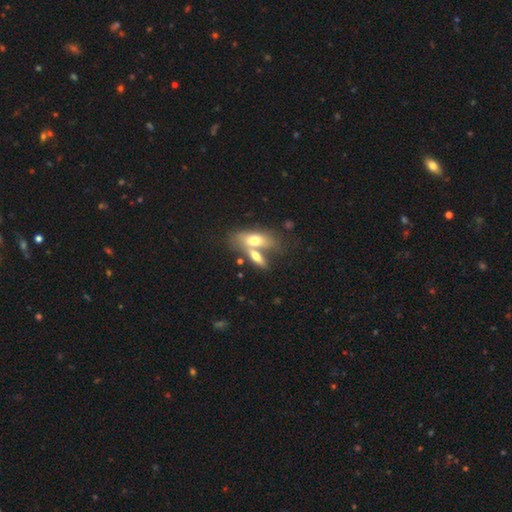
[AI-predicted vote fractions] This is likely a smooth galaxy (64%). How rounded: likely in between (66%). Merging: possibly merger (54%).